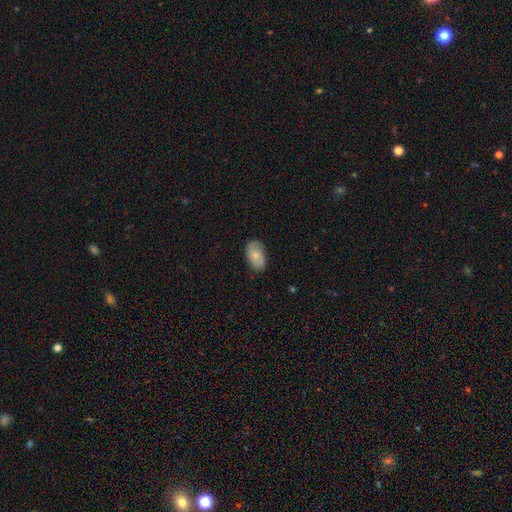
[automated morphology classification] Overall: smooth (72%). How rounded: in between (93%). Merging: none (77%).